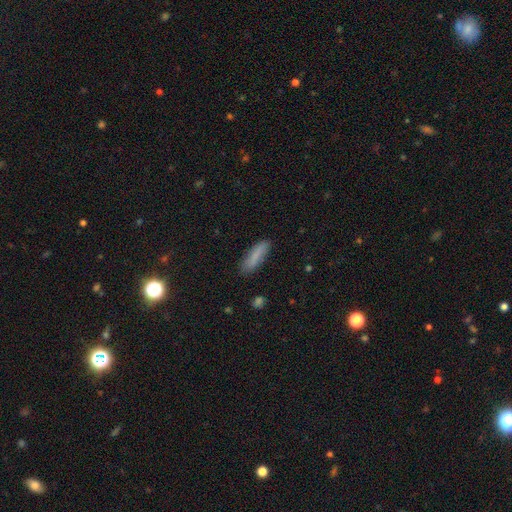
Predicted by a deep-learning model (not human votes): Smooth or featured? Predicted: smooth (p=0.83). How rounded? Predicted: cigar-shaped (p=0.63). Merging? Predicted: none (p=0.84).